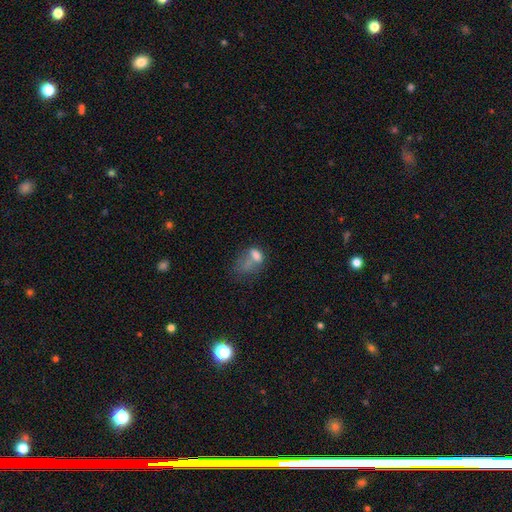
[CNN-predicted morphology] smooth_or_featured: smooth (p=0.66) [alt: featured or disk p=0.21]
how_rounded: in between (p=0.80) [alt: round p=0.18]
merging: major disturbance (p=0.36) [alt: merger p=0.30]